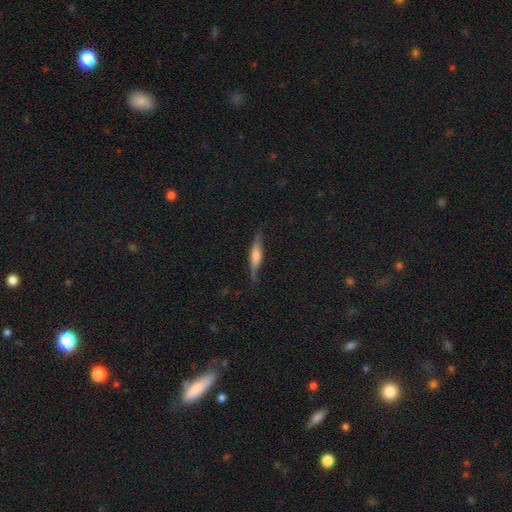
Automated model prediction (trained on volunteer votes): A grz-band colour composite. It shows a featured or disk galaxy (52%) viewed edge-on (92%). Merging: none (78%).